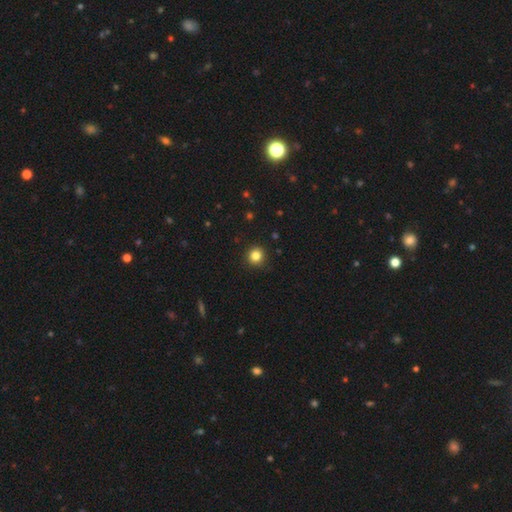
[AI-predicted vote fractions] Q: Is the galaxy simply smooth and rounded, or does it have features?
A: smooth — 84%.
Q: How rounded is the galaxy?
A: round — 93%.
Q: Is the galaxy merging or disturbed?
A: none — 92%.